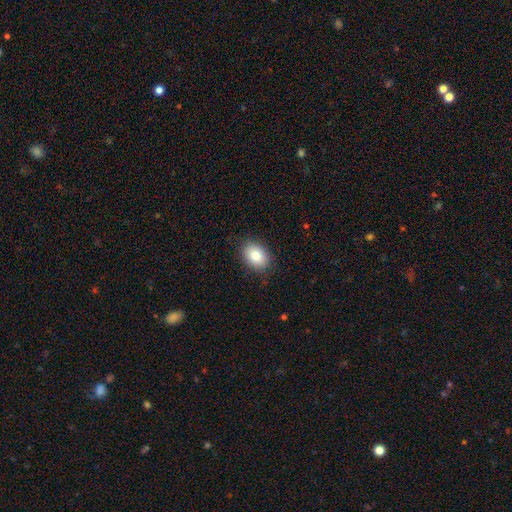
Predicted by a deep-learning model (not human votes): The model was most divided on "how rounded": in between: 74%, round: 25%, cigar-shaped: 1%. More confident: merging — none (88%); smooth or featured — smooth (83%).